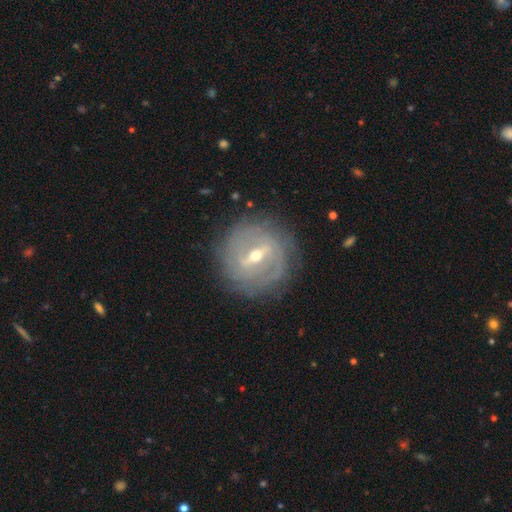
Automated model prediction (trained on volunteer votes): smooth_or_featured: featured or disk (p=0.86) [alt: smooth p=0.08]
disk_edge_on: no (p=0.91) [alt: yes p=0.09]
bar: strong (p=0.55) [alt: weak p=0.37]
has_spiral_arms: yes (p=0.85) [alt: no p=0.15]
spiral_winding: tight (p=0.67) [alt: medium p=0.24]
spiral_arm_count: can't tell (p=0.41) [alt: 2 p=0.28]
bulge_size: moderate (p=0.54) [alt: small p=0.42]
merging: none (p=0.82) [alt: minor disturbance p=0.12]